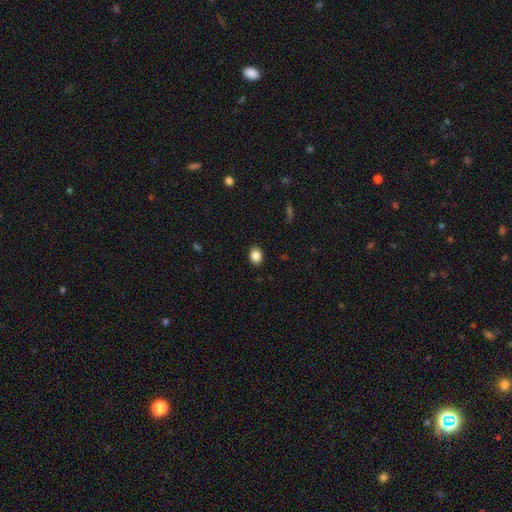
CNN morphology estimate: Smooth or featured? Predicted: smooth (p=0.86). How rounded? Predicted: in between (p=0.55). Merging? Predicted: none (p=0.90).